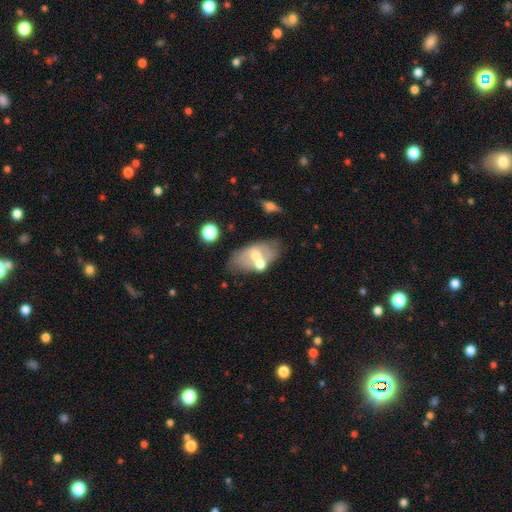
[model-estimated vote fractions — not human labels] Smooth or featured: featured or disk — 47% (smooth — 44%)
Merging: none — 47% (merger — 27%)